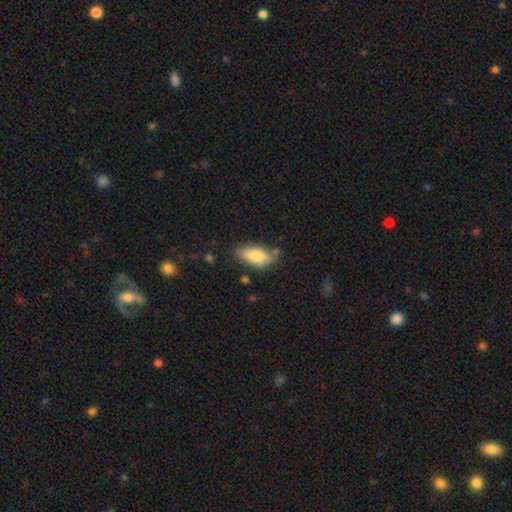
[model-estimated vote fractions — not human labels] Morphology: type=smooth (77%); roundness=in between (80%); merging=none (67%).